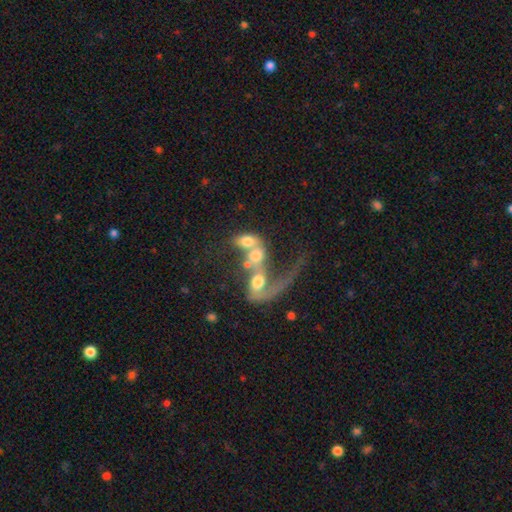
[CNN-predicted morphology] Smooth or featured? featured or disk (46%)
Merging? merger (72%)